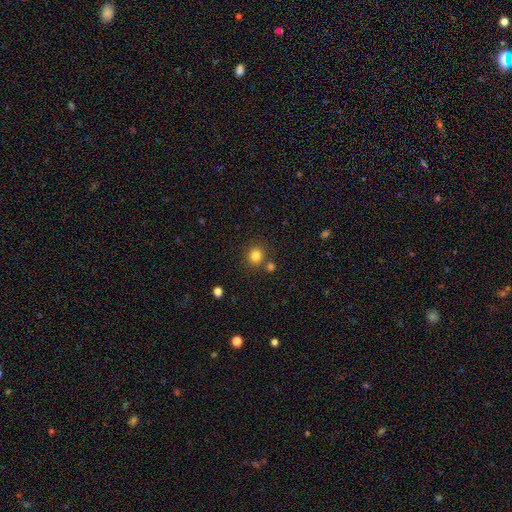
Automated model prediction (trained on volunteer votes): Q: Smooth or featured?
A: smooth (82%); runner-up: star or artifact (13%)
Q: How rounded?
A: round (90%); runner-up: in between (9%)
Q: Merging?
A: none (80%); runner-up: merger (10%)